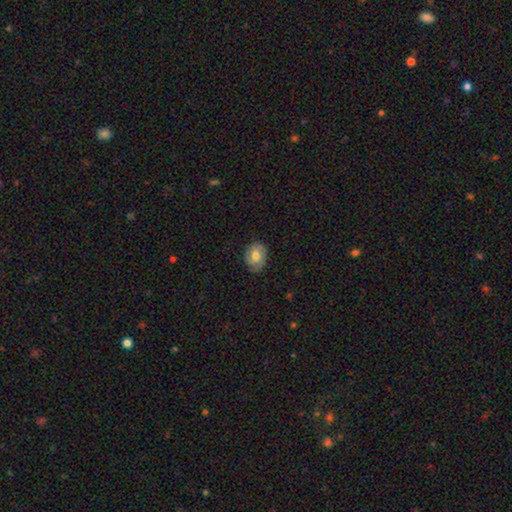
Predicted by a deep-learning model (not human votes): A smooth galaxy with no disk features (67%) that is in between round and cigar-shaped (58%). Merging: none (79%).